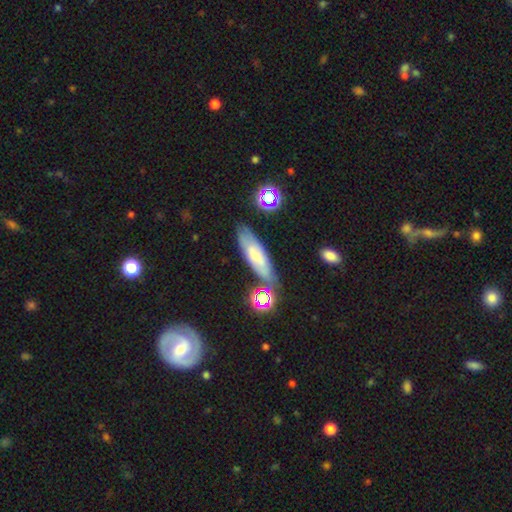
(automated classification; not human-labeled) Smooth or featured: smooth — 52% (featured or disk — 35%)
How rounded: cigar-shaped — 53% (in between — 44%)
Merging: none — 75% (minor disturbance — 15%)